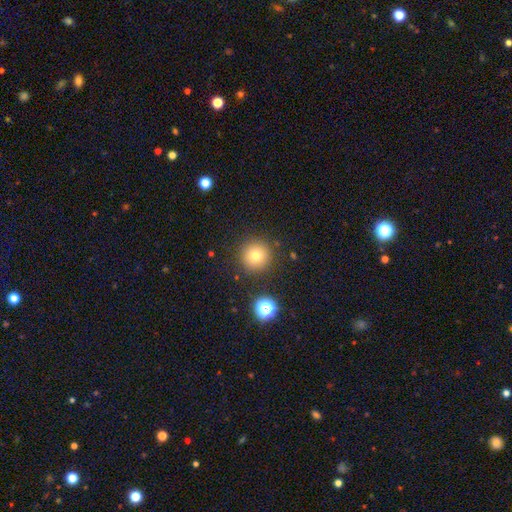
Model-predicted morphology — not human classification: smooth 75%, star or artifact 15%, featured or disk 10%. Down the decision tree: how rounded — round (96%); merging — none (88%).